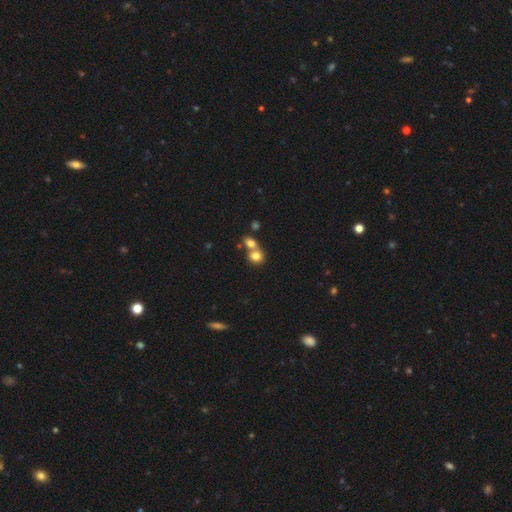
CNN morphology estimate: This is likely a smooth galaxy (79%). How rounded: likely round (69%). Merging: possibly merger (56%).